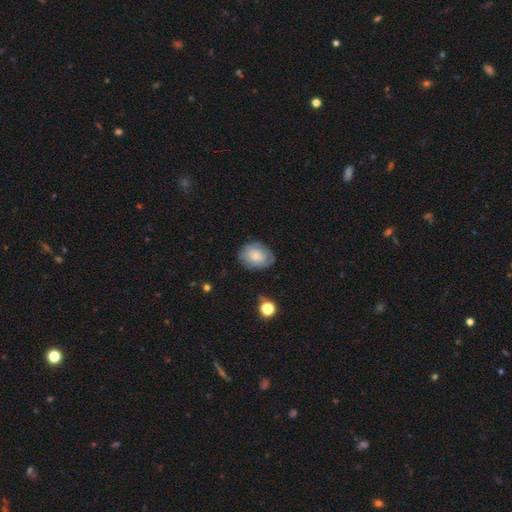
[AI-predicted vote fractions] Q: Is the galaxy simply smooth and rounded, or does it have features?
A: smooth — 69%.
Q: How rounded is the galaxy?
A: in between — 58%.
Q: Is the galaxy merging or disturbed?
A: none — 74%.